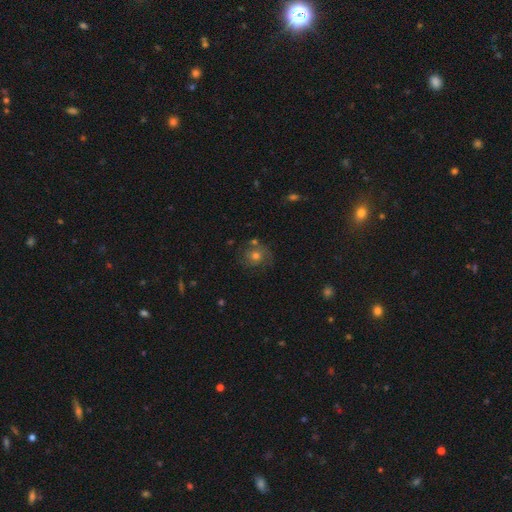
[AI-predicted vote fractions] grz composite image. It shows a smooth galaxy with no disk features (45%). Merging: none (68%).